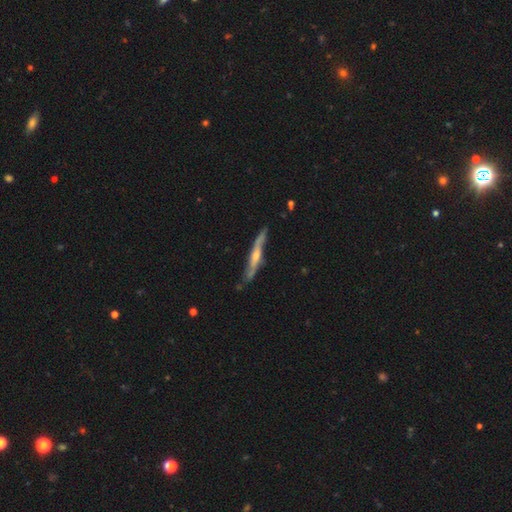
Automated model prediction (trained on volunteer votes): A featured or disk galaxy (73%) viewed edge-on (81%) with a rounded central bulge (71%).

Vote fractions:
- Smooth or featured? featured or disk: 73% / smooth: 21% / star or artifact: 5%
- Edge-on disk? yes: 81% / no: 19%
- Edge-on bulge? rounded: 71% / none: 21% / boxy: 8%
- Merging? none: 71% / minor disturbance: 22% / major disturbance: 5% / merger: 3%